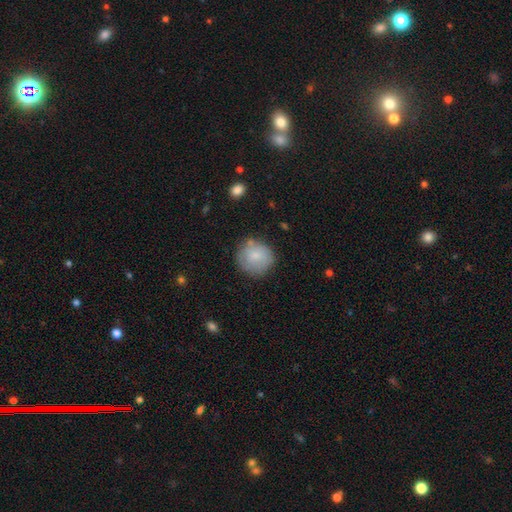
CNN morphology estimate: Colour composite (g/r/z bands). It shows a smooth galaxy with no disk features (78%) that is round (91%). Merging: none (72%).